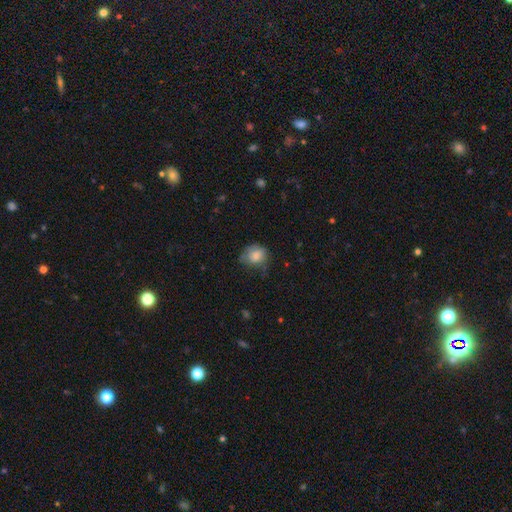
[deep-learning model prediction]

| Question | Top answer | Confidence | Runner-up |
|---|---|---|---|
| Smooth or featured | smooth | 75% | featured or disk (17%) |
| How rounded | round | 57% | in between (42%) |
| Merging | none | 48% | minor disturbance (34%) |